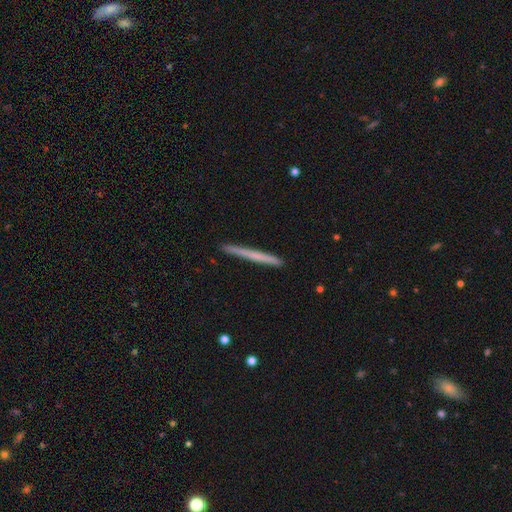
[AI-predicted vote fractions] Smooth or featured: smooth — 54% (featured or disk — 41%)
How rounded: cigar-shaped — 97% (in between — 1%)
Merging: none — 92% (minor disturbance — 6%)